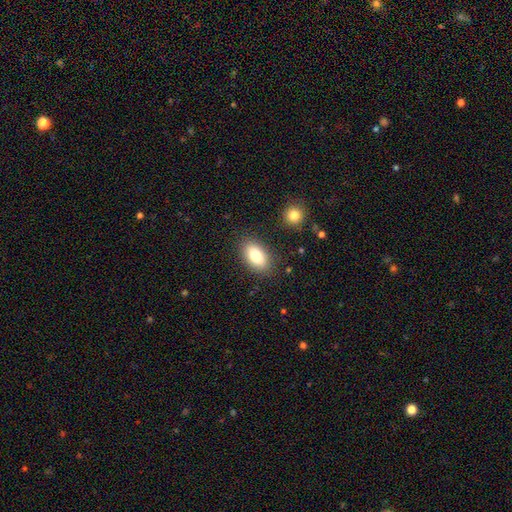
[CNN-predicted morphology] type=smooth (82%); roundness=in between (92%); merging=none (85%).